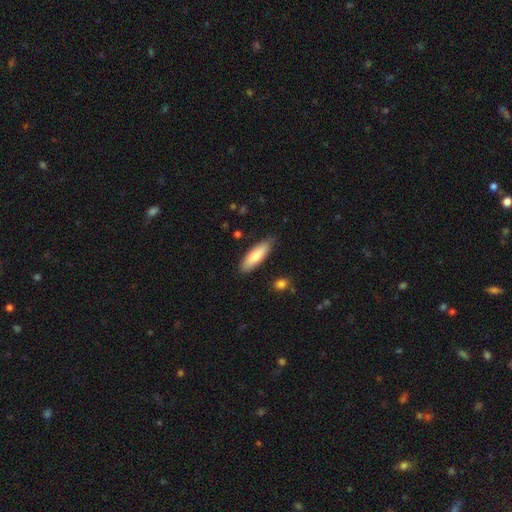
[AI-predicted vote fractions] Smooth or featured? smooth (79%)
How rounded? in between (51%)
Merging? none (84%)